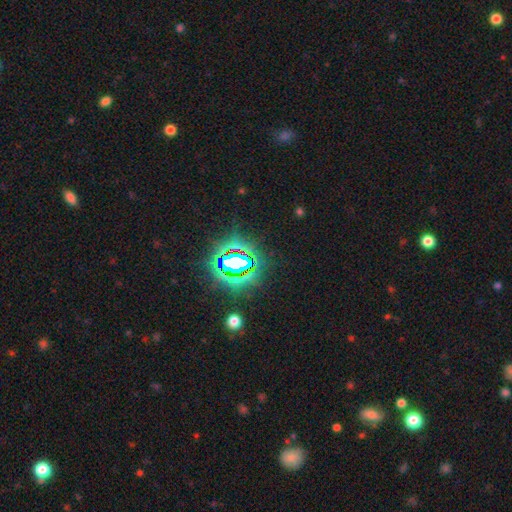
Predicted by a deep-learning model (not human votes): This appears to be a star or artifact, not a galaxy (84%).